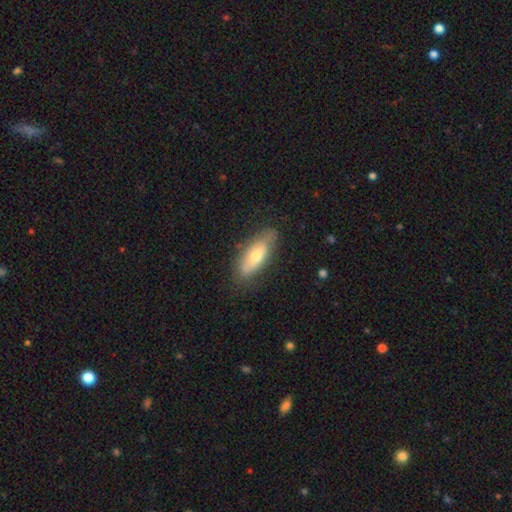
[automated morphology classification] Smooth or featured?
  - smooth: 64% *
  - featured or disk: 30%
  - star or artifact: 6%
How rounded?
  - in between: 65% *
  - cigar-shaped: 32%
  - round: 2%
Merging?
  - none: 79% *
  - minor disturbance: 16%
  - major disturbance: 3%
  - merger: 1%